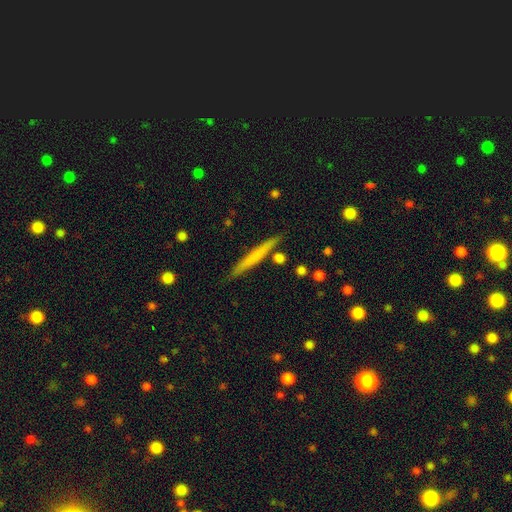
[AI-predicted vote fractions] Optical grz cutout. It shows a smooth galaxy with no disk features (60%) that is cigar-shaped (96%). Merging: none (86%).